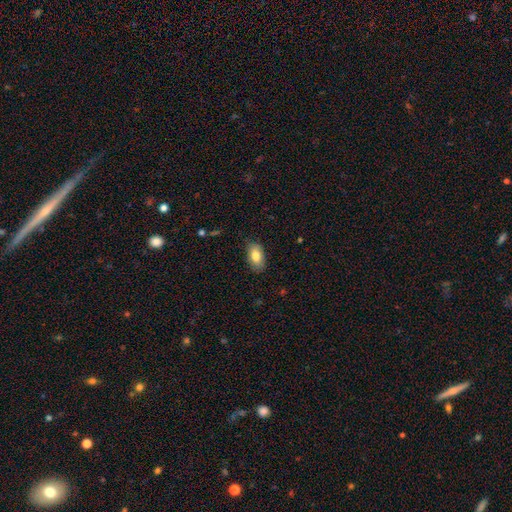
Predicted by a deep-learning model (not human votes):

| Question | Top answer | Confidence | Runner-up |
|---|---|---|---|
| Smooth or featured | smooth | 81% | featured or disk (12%) |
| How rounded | in between | 92% | round (5%) |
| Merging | none | 83% | minor disturbance (13%) |